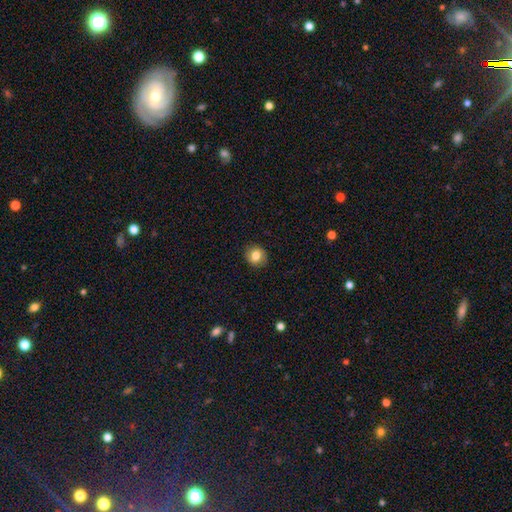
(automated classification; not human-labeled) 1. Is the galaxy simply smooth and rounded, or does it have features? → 79% smooth, 12% featured or disk, 9% star or artifact.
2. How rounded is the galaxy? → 80% round, 19% in between, 1% cigar-shaped.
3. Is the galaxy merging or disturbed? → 87% none, 9% minor disturbance, 2% major disturbance, 1% merger.